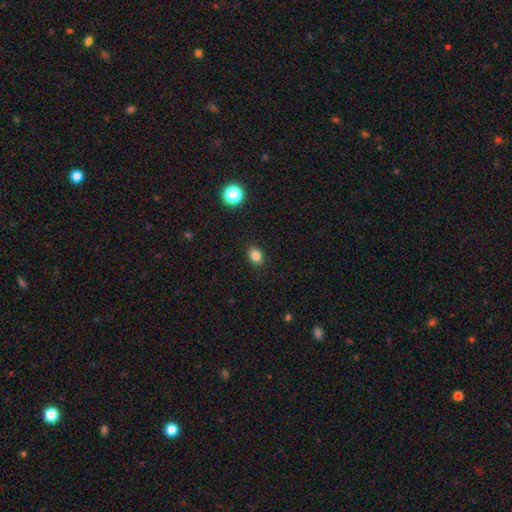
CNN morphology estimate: smooth-or-featured: smooth: 83% | star or artifact: 12% | featured or disk: 5%
  how-rounded: in between: 59% | round: 40% | cigar-shaped: 1%
  merging: none: 89% | minor disturbance: 8% | major disturbance: 2% | merger: 1%